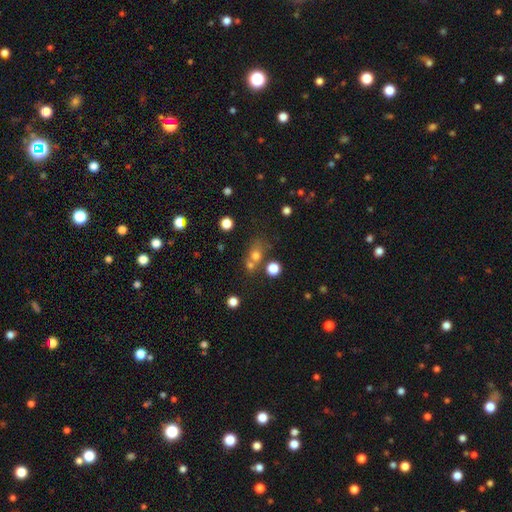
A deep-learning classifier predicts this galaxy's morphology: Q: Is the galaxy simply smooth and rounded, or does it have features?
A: smooth — 67%.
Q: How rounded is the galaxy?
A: round — 64%.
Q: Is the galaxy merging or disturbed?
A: none — 49%.